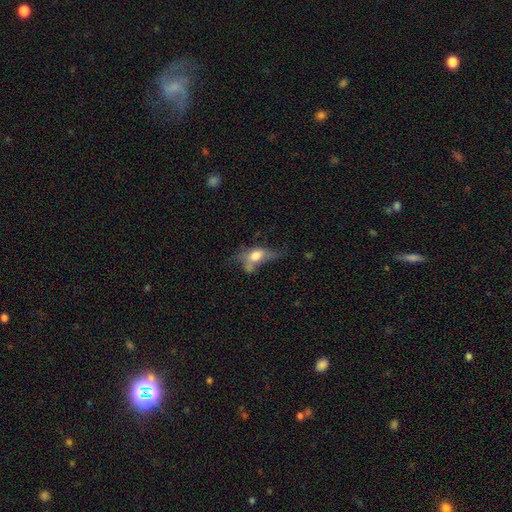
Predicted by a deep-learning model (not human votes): Overall: smooth (55%; featured or disk 35%). How rounded: in between (76%). Merging: major disturbance (37%; none 26%).